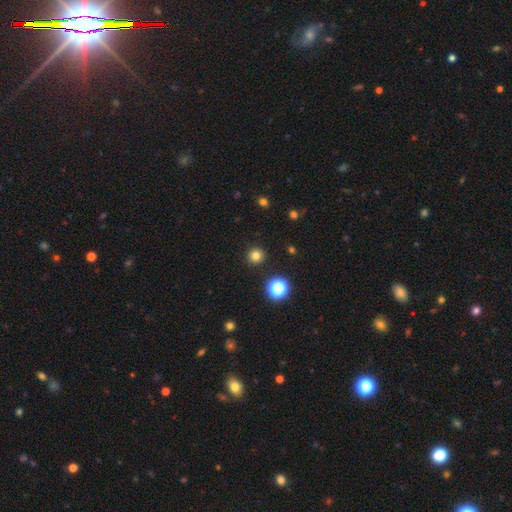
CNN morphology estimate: Smooth or featured: smooth — 79% (star or artifact — 15%)
How rounded: round — 95% (in between — 4%)
Merging: none — 92% (minor disturbance — 5%)